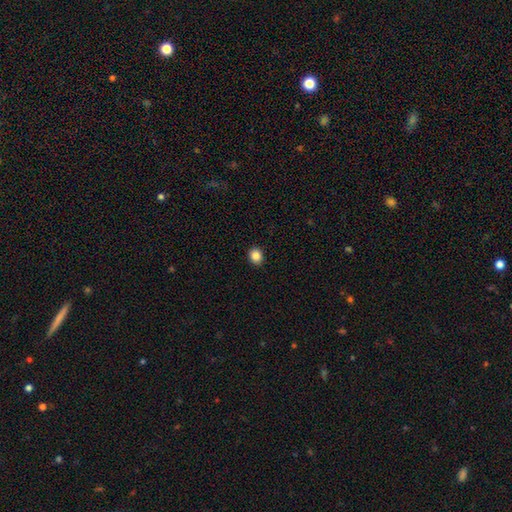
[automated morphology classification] Q: Smooth or featured?
A: smooth (86%); runner-up: star or artifact (10%)
Q: How rounded?
A: round (71%); runner-up: in between (28%)
Q: Merging?
A: none (92%); runner-up: minor disturbance (5%)